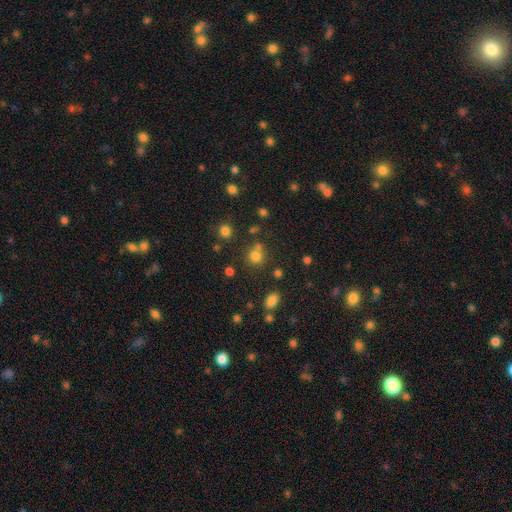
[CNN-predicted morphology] This appears to be a smooth galaxy with no disk features (75%) that is round (83%). Merging: none (62%).